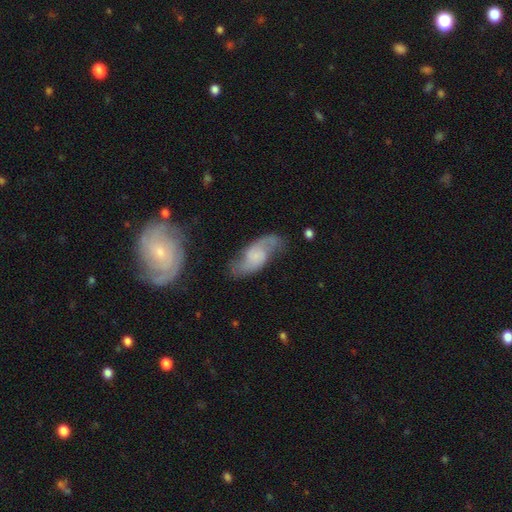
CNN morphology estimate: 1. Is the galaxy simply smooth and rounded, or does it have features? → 69% featured or disk, 25% smooth, 7% star or artifact.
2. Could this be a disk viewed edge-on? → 93% no, 7% yes.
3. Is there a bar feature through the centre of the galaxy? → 57% no, 36% weak, 7% strong.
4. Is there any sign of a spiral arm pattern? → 92% yes, 8% no.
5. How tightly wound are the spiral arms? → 50% loose, 38% medium, 13% tight.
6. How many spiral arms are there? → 87% 2, 6% can't tell, 4% 1, 1% 3, 1% 4, 1% more than 4.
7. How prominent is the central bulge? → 39% none, 30% small, 19% moderate, 10% large, 2% dominant.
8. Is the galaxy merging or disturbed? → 65% none, 22% minor disturbance, 10% major disturbance, 4% merger.